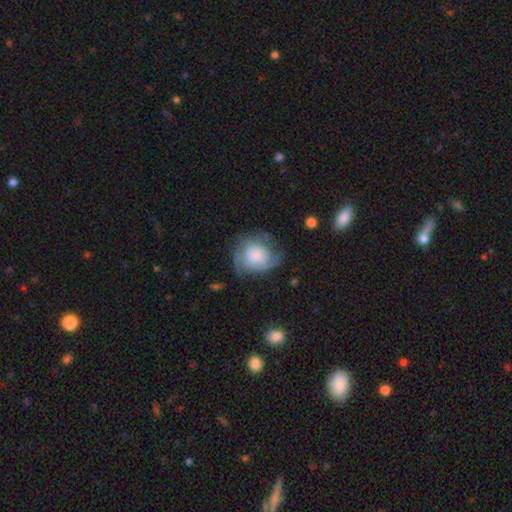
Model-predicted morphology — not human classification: This appears to be a smooth galaxy with no disk features (58%) that is round (69%). Merging: none (49%).